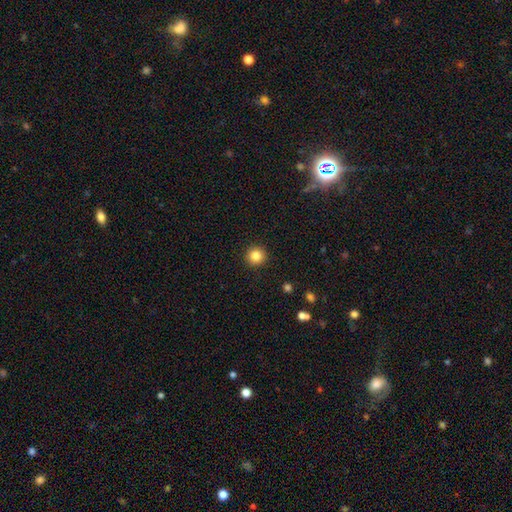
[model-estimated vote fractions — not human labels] Overall: smooth (84%). How rounded: round (95%). Merging: none (93%).